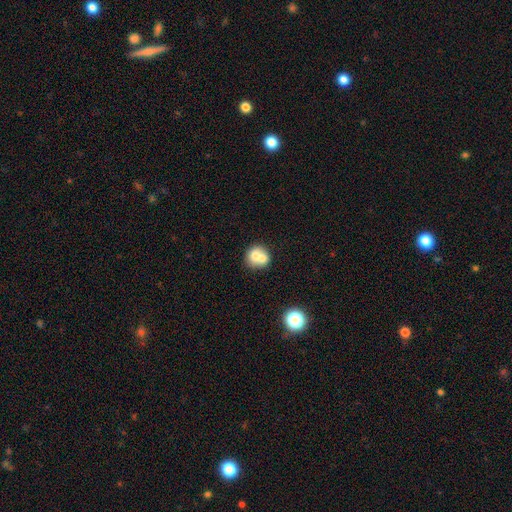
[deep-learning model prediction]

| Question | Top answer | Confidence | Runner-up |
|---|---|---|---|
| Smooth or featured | smooth | 68% | featured or disk (23%) |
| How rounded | round | 81% | in between (18%) |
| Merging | merger | 56% | none (34%) |